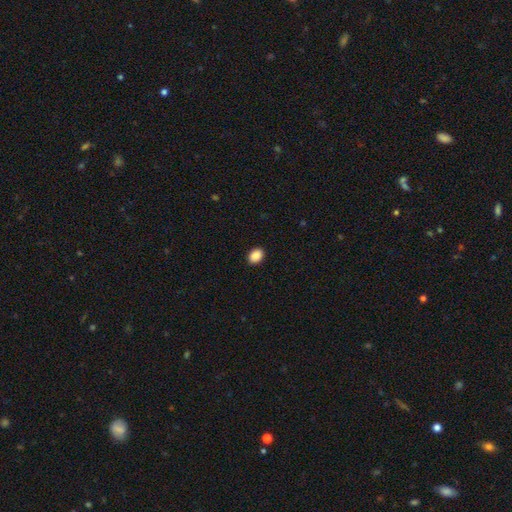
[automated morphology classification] Smooth or featured?
  - smooth: 90% *
  - star or artifact: 8%
  - featured or disk: 3%
How rounded?
  - in between: 66% *
  - round: 33%
  - cigar-shaped: 1%
Merging?
  - none: 91% *
  - minor disturbance: 6%
  - major disturbance: 2%
  - merger: 1%